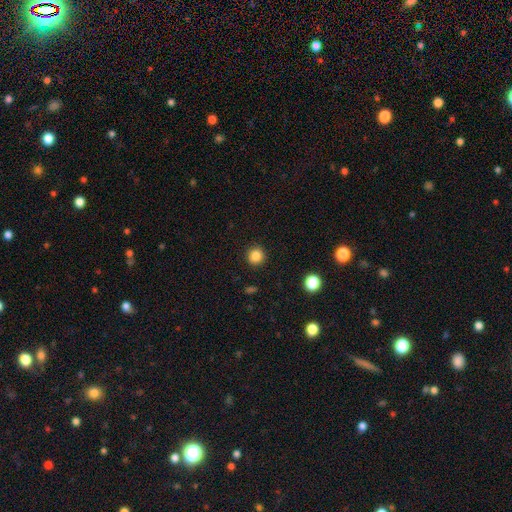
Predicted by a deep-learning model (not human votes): Smooth or featured: smooth — 85% (star or artifact — 11%)
How rounded: round — 94% (in between — 5%)
Merging: none — 92% (minor disturbance — 5%)